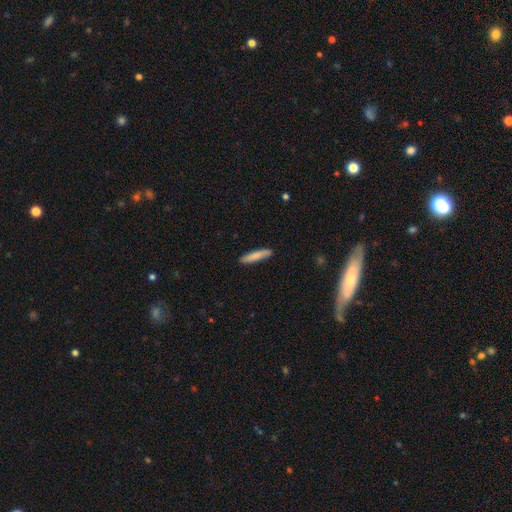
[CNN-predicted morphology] type=smooth (82%); roundness=cigar-shaped (89%); merging=none (89%).